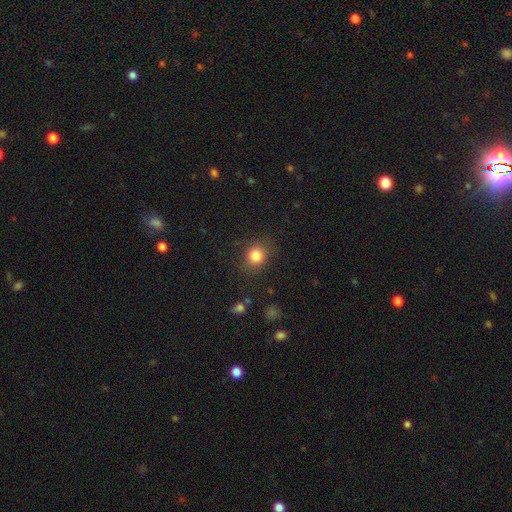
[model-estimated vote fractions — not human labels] Smooth or featured? Predicted: smooth (p=0.83). How rounded? Predicted: round (p=0.77). Merging? Predicted: none (p=0.83).